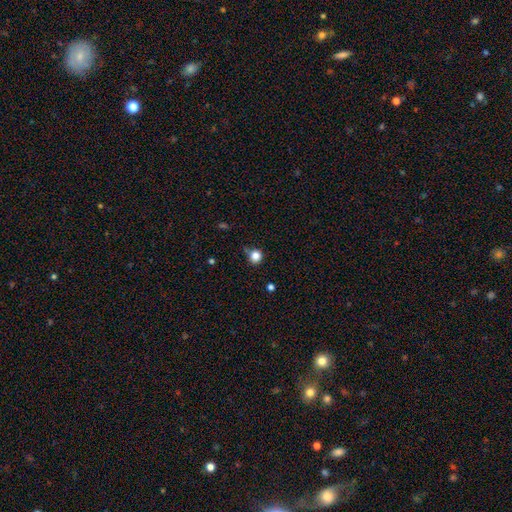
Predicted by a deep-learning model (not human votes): smooth_or_featured: smooth (p=0.82) [alt: star or artifact p=0.12]
how_rounded: round (p=0.89) [alt: in between p=0.10]
merging: none (p=0.69) [alt: minor disturbance p=0.22]